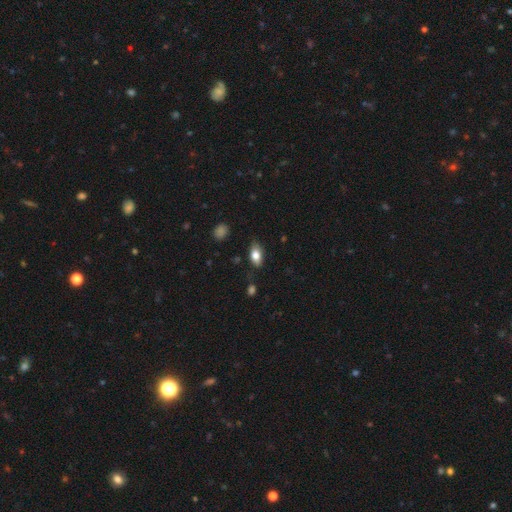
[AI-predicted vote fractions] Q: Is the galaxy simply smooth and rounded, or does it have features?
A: smooth — 79%.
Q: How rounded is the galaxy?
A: in between — 89%.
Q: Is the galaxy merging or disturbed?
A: none — 78%.